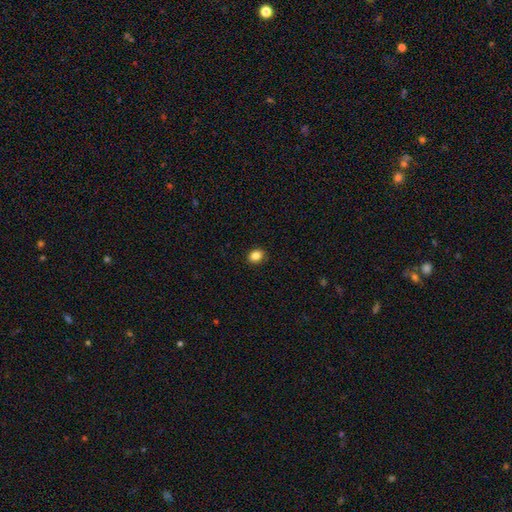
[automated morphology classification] type=smooth (85%); roundness=in between (54%); merging=none (90%).